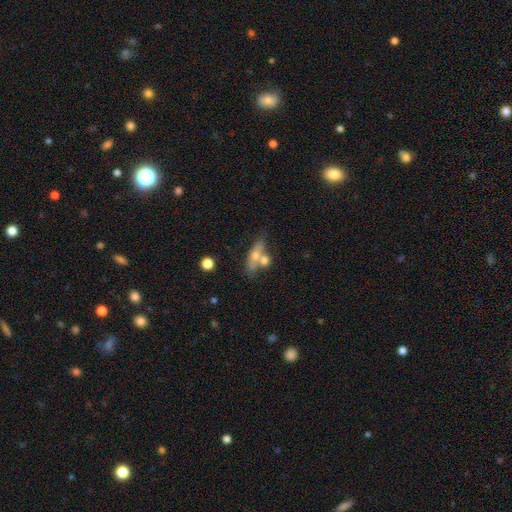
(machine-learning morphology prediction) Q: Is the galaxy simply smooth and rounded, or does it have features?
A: smooth — 48%.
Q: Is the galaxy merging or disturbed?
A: none — 42%.